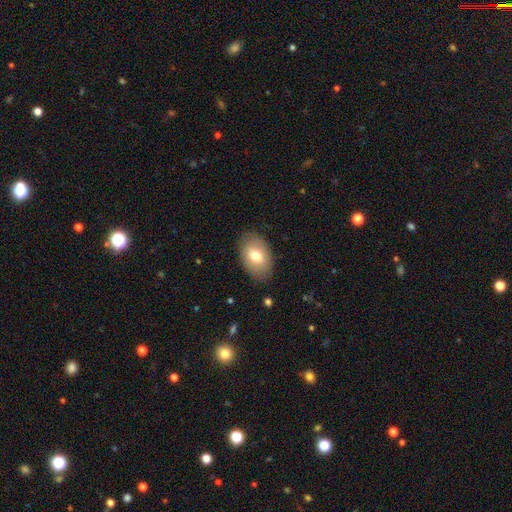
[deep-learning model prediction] Smooth or featured? smooth (74%)
How rounded? in between (89%)
Merging? none (83%)